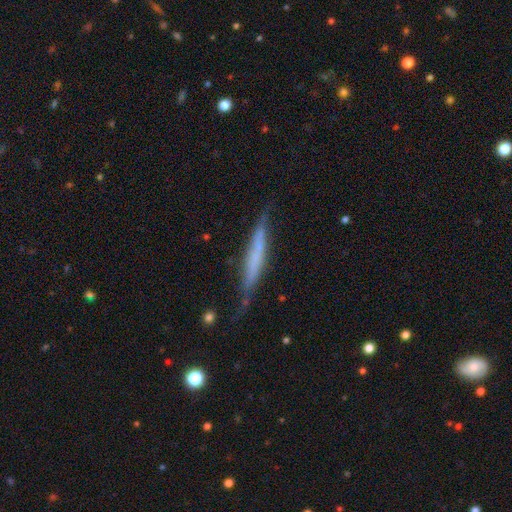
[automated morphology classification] Overall: featured or disk (49%; smooth 44%). Merging: none (62%; minor disturbance 27%).